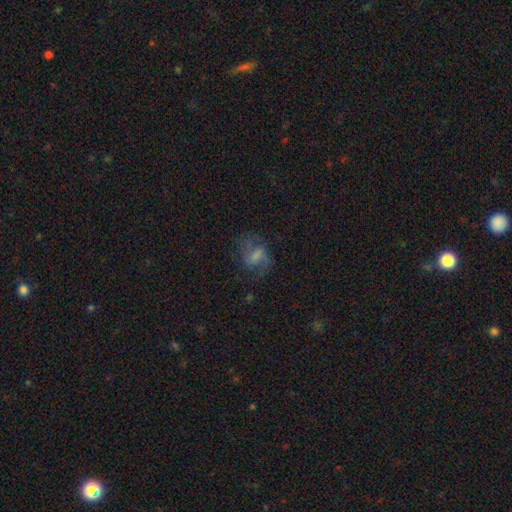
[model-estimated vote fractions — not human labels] Smooth or featured? featured or disk (62%)
Edge-on disk? no (97%)
Bar? weak (50%)
Spiral arms? yes (83%)
Spiral winding? medium (46%)
Spiral arm count? 2 (70%)
Bulge size? none (33%)
Merging? none (55%)